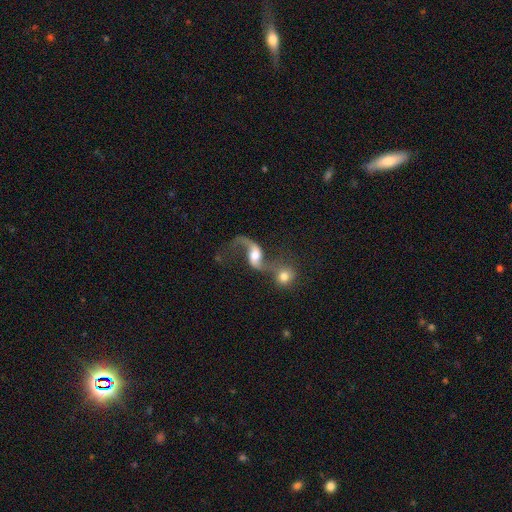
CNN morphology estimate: Overall: featured or disk (82%). Edge-on disk: no (95%). Bar: no (42%; weak 39%). Spiral arms: yes (93%). Spiral arm count: 2 (85%). Spiral winding: loose (89%). Bulge size: moderate (49%; large 29%). Merging: merger (44%; none 32%).